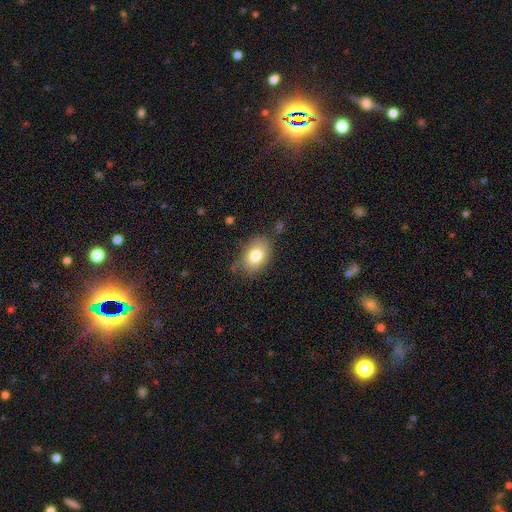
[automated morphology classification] smooth_or_featured: smooth (p=0.79) [alt: featured or disk p=0.13]
how_rounded: in between (p=0.83) [alt: round p=0.16]
merging: none (p=0.74) [alt: minor disturbance p=0.19]